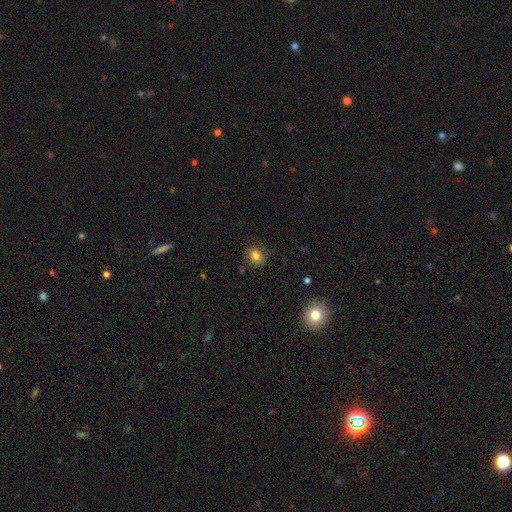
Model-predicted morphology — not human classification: type=smooth (80%); roundness=round (75%); merging=none (83%).